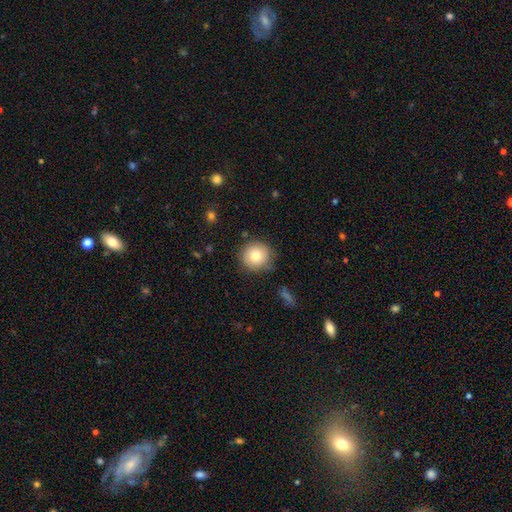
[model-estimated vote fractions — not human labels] Smooth or featured?
  - smooth: 76% *
  - featured or disk: 15%
  - star or artifact: 9%
How rounded?
  - round: 94% *
  - in between: 5%
  - cigar-shaped: 1%
Merging?
  - none: 83% *
  - minor disturbance: 12%
  - major disturbance: 3%
  - merger: 2%